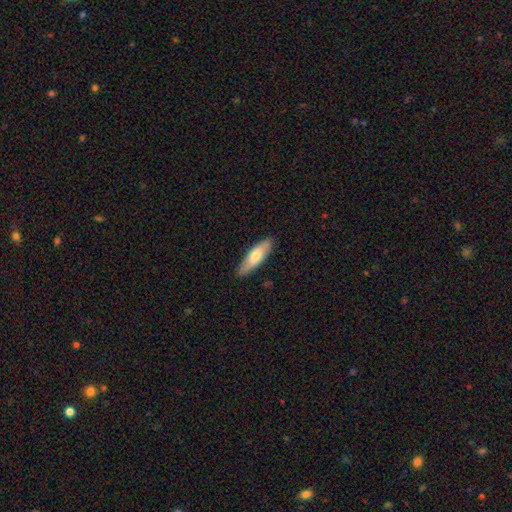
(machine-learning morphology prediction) The model was most divided on "how rounded" (2-way tie): in between: 49%, cigar-shaped: 49%, round: 2%. More confident: merging — none (87%); smooth or featured — smooth (66%).